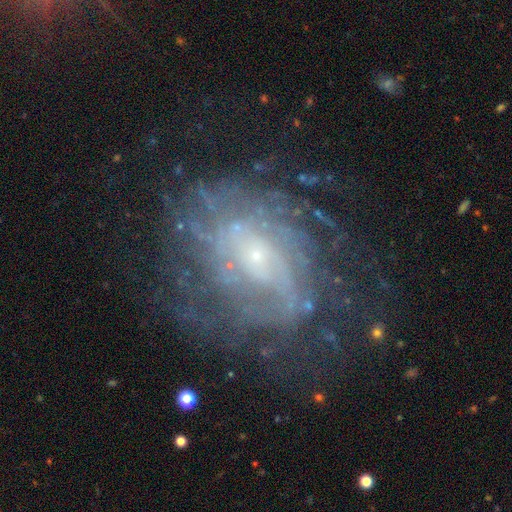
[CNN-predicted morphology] Smooth or featured?
  - featured or disk: 78% *
  - smooth: 11%
  - star or artifact: 11%
Edge-on disk?
  - no: 96% *
  - yes: 4%
Bar?
  - no: 70% *
  - weak: 23%
  - strong: 7%
Spiral arms?
  - yes: 81% *
  - no: 19%
Spiral winding?
  - tight: 56% *
  - medium: 29%
  - loose: 15%
Spiral arm count?
  - can't tell: 51% *
  - more than 4: 12%
  - 2: 11%
  - 4: 11%
  - 3: 9%
  - 1: 6%
Bulge size?
  - small: 83% *
  - moderate: 11%
  - none: 4%
  - large: 2%
  - dominant: 1%
Merging?
  - none: 65% *
  - minor disturbance: 18%
  - major disturbance: 15%
  - merger: 2%